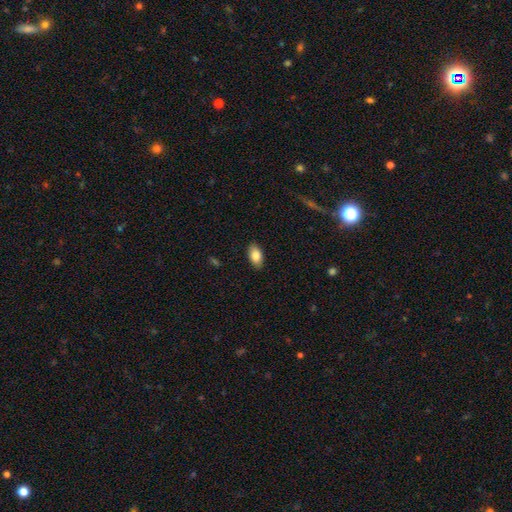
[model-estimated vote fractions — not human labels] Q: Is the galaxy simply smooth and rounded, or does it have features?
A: smooth — 84%.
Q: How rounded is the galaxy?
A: in between — 93%.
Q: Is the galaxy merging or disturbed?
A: none — 88%.